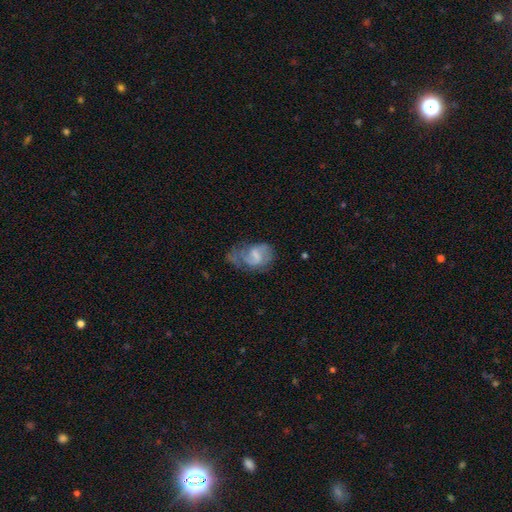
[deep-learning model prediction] This is likely a featured or disk galaxy (64%). It is clearly not viewed edge-on (97%). Bar: possibly weak (54%). Spiral arm pattern: clearly yes (80%). Spiral arm count: likely 2 (67%). Spiral winding: marginally medium (45%). Central bulge: marginally none (38%). Merging: marginally none (37%).